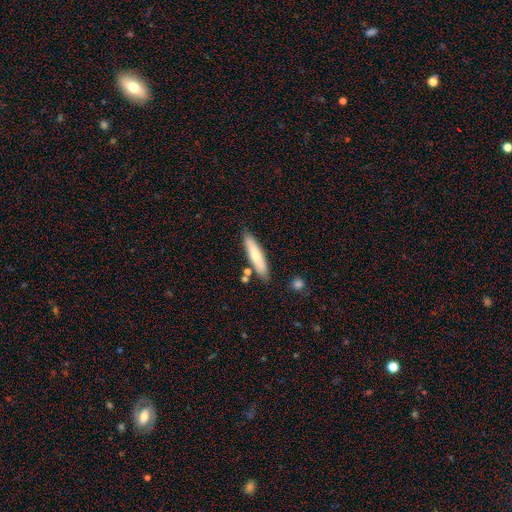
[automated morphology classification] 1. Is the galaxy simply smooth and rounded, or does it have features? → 68% smooth, 27% featured or disk, 6% star or artifact.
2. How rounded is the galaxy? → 80% cigar-shaped, 18% in between, 1% round.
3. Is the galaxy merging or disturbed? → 81% none, 12% minor disturbance, 5% merger, 2% major disturbance.